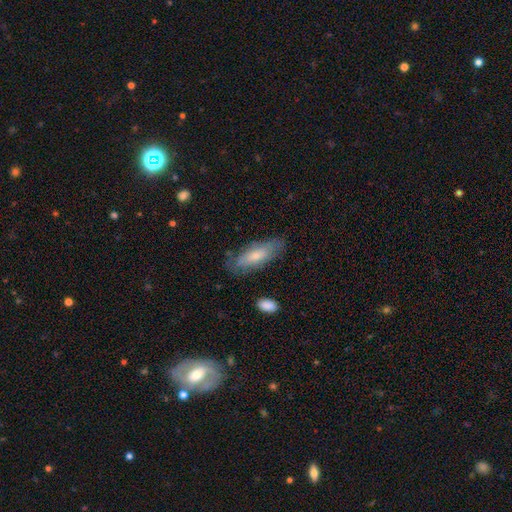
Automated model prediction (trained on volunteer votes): smooth 68%, featured or disk 26%, star or artifact 6%. Down the decision tree: how rounded — in between (66%); merging — none (74%).